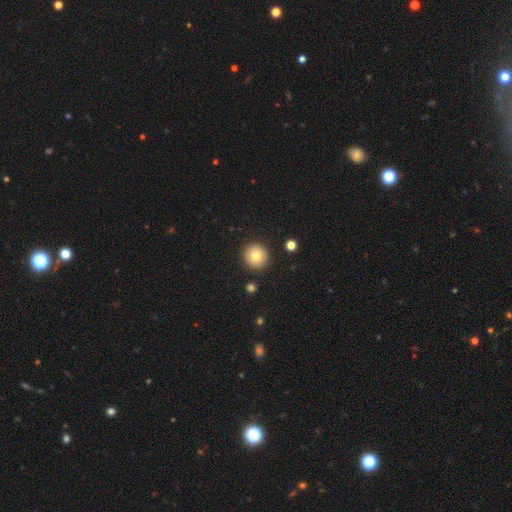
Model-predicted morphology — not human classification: This is clearly a smooth galaxy (81%). How rounded: clearly round (95%). Merging: clearly none (91%).